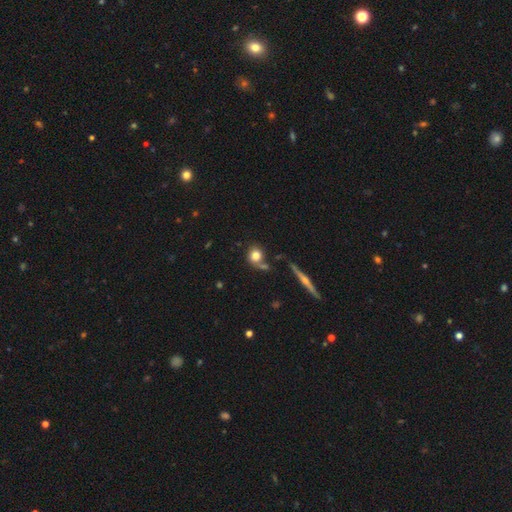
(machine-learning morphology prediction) Q: Smooth or featured?
A: smooth (76%); runner-up: featured or disk (14%)
Q: How rounded?
A: round (77%); runner-up: in between (21%)
Q: Merging?
A: none (61%); runner-up: merger (17%)